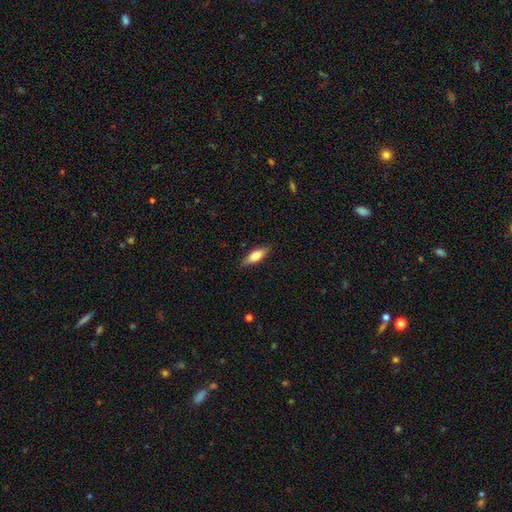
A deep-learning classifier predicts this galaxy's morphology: Overall: smooth (72%). How rounded: in between (63%; cigar-shaped 35%). Merging: none (85%).